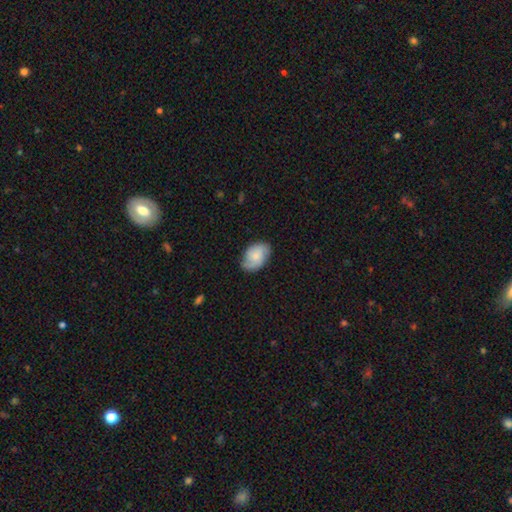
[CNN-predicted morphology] Smooth or featured: smooth — 50% (featured or disk — 43%)
How rounded: in between — 84% (round — 14%)
Merging: none — 72% (minor disturbance — 22%)